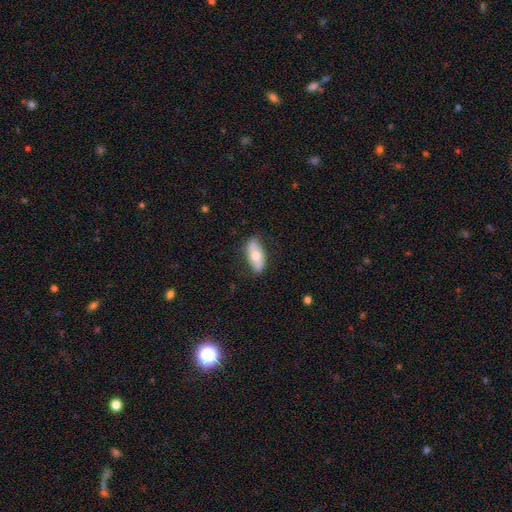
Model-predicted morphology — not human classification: smooth 58%, featured or disk 36%, star or artifact 6%. Down the decision tree: how rounded — in between (88%); merging — none (79%).